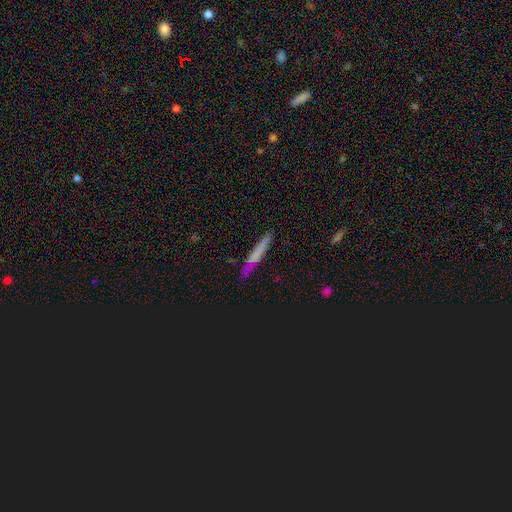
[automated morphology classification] Smooth or featured? smooth (52%)
How rounded? cigar-shaped (93%)
Merging? none (83%)